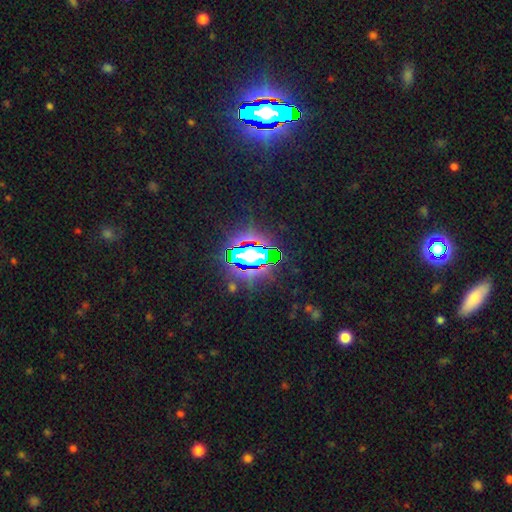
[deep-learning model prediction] A star or artifact, not a galaxy (72%).

Vote fractions:
- Smooth or featured? star or artifact: 72% / smooth: 16% / featured or disk: 12%